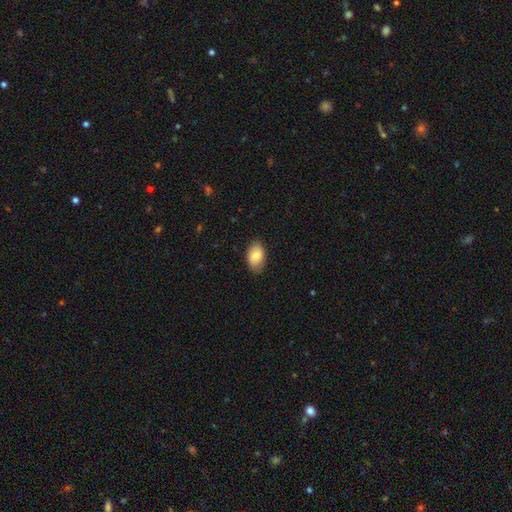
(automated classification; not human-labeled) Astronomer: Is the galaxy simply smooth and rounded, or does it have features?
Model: smooth — 82%.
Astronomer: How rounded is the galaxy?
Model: in between — 88%.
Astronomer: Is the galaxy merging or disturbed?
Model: none — 78%.